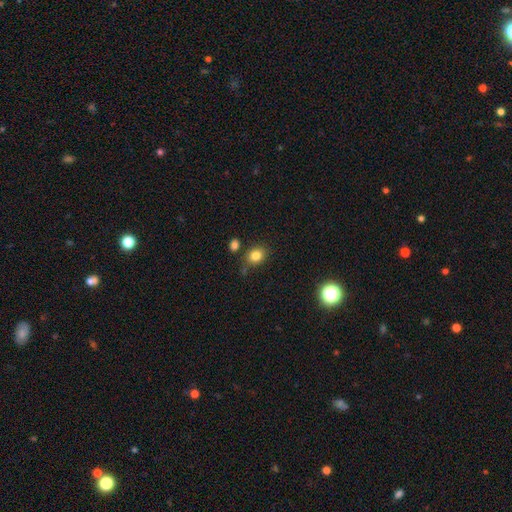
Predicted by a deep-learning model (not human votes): This is clearly a smooth galaxy (83%). How rounded: possibly round (54%). Merging: likely none (73%).